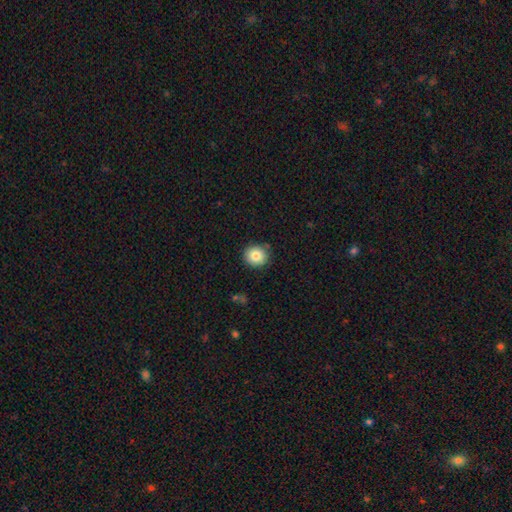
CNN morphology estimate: Smooth or featured?
  - smooth: 83% *
  - star or artifact: 9%
  - featured or disk: 8%
How rounded?
  - round: 89% *
  - in between: 10%
  - cigar-shaped: 1%
Merging?
  - none: 87% *
  - minor disturbance: 9%
  - major disturbance: 2%
  - merger: 2%